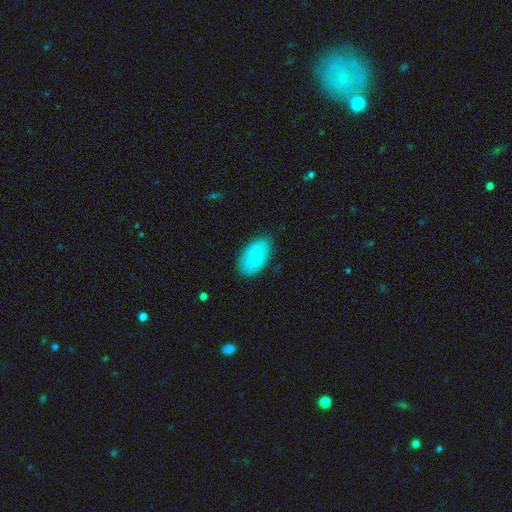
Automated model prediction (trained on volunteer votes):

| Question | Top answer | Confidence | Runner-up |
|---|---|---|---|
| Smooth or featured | smooth | 67% | featured or disk (26%) |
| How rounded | in between | 92% | round (6%) |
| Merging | none | 82% | minor disturbance (14%) |